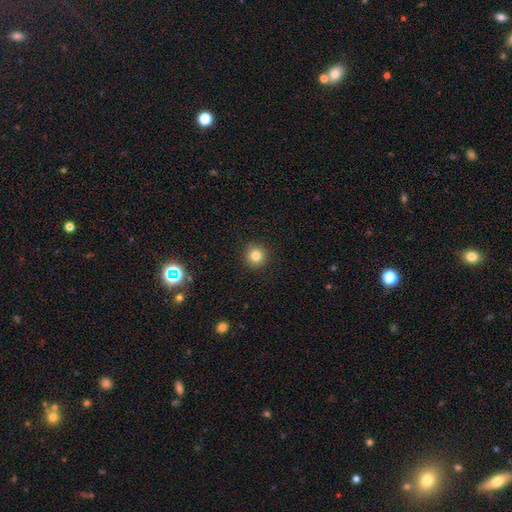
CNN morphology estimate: Smooth or featured? Predicted: smooth (p=0.82). How rounded? Predicted: round (p=0.95). Merging? Predicted: none (p=0.92).